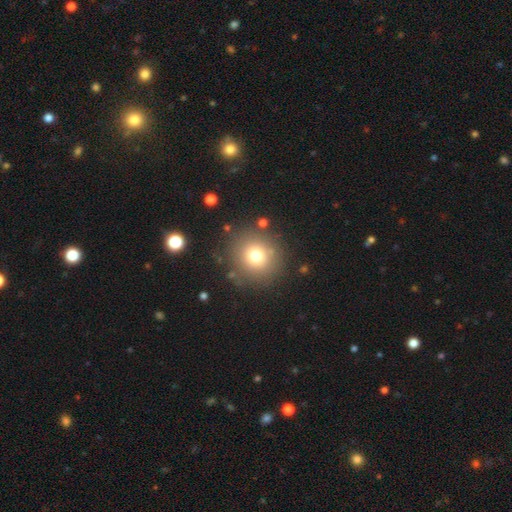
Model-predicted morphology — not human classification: type=smooth (73%); roundness=round (92%); merging=none (84%).